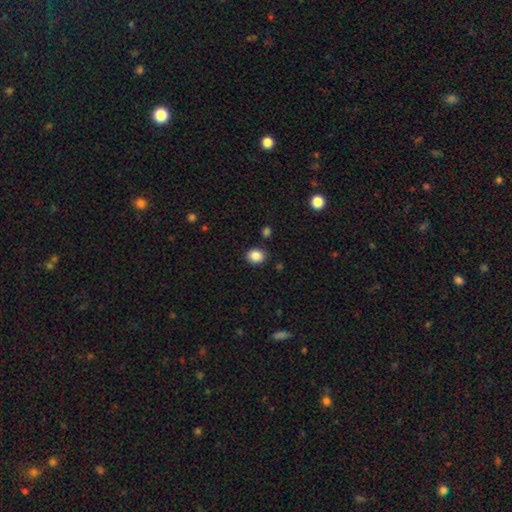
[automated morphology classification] This is clearly a smooth galaxy (87%). How rounded: possibly round (56%). Merging: clearly none (87%).